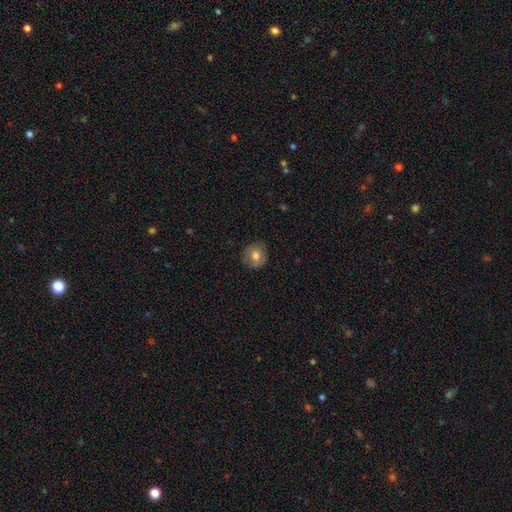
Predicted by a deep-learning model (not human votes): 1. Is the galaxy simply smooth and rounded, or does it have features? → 72% smooth, 20% featured or disk, 9% star or artifact.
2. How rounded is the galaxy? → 85% round, 14% in between, 1% cigar-shaped.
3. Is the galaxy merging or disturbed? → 80% none, 15% minor disturbance, 4% major disturbance, 1% merger.